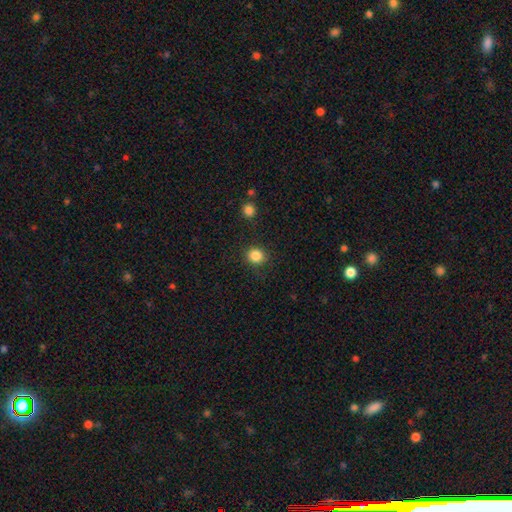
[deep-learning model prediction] This appears to be a smooth galaxy with no disk features (85%) that is round (83%). Merging: none (87%).